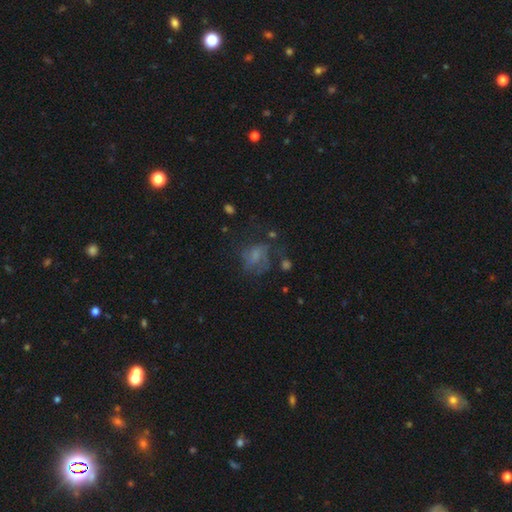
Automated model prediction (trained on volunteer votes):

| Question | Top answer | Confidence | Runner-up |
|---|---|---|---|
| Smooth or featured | smooth | 42% | featured or disk (40%) |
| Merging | none | 41% | major disturbance (33%) |